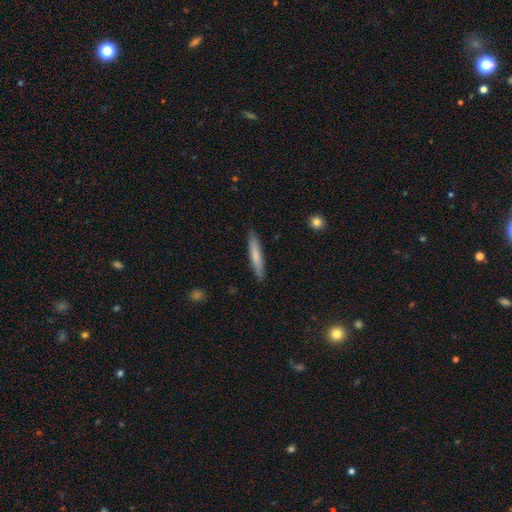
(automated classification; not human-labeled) Smooth or featured: smooth — 73% (featured or disk — 21%)
How rounded: cigar-shaped — 92% (in between — 7%)
Merging: none — 89% (minor disturbance — 8%)